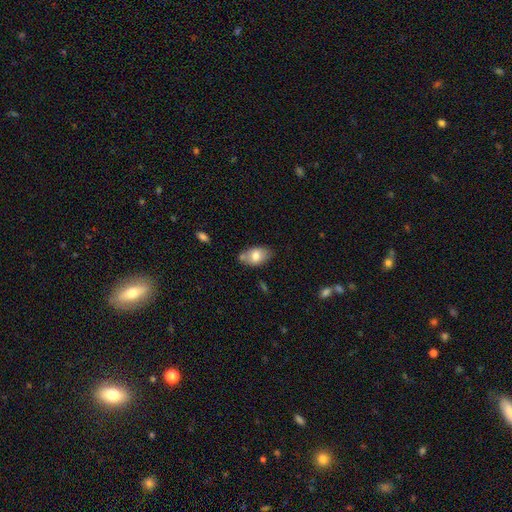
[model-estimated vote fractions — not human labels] Smooth or featured? smooth (75%)
How rounded? in between (90%)
Merging? none (62%)